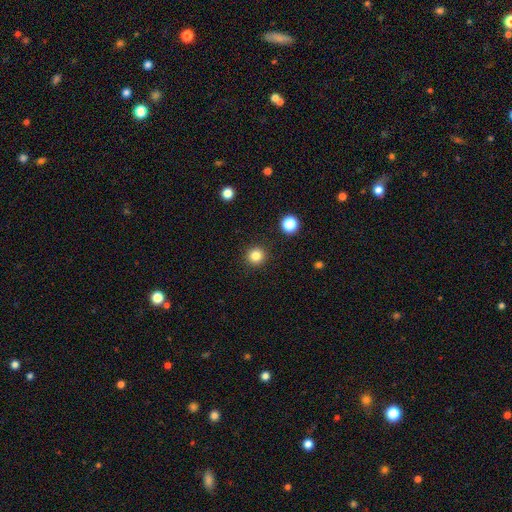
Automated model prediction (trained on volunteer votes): Morphology: type=smooth (83%); roundness=round (94%); merging=none (92%).